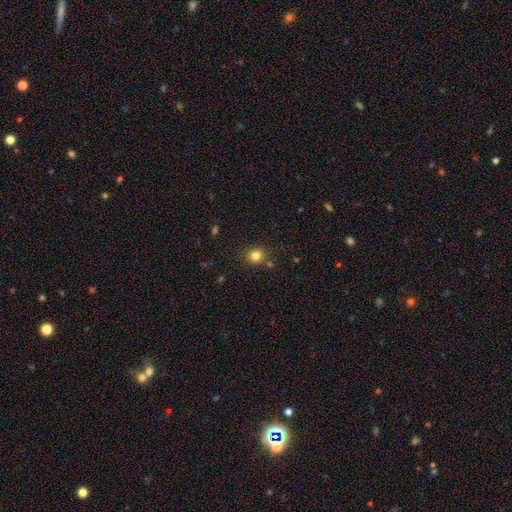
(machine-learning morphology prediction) Smooth or featured? Predicted: smooth (p=0.81). How rounded? Predicted: round (p=0.84). Merging? Predicted: none (p=0.83).